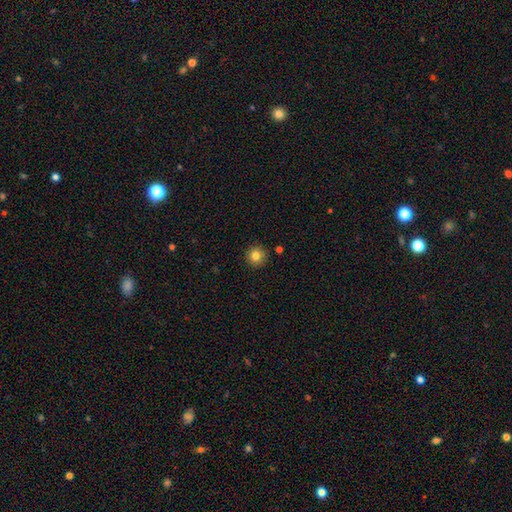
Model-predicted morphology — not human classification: Smooth or featured? Predicted: smooth (p=0.82). How rounded? Predicted: round (p=0.95). Merging? Predicted: none (p=0.91).